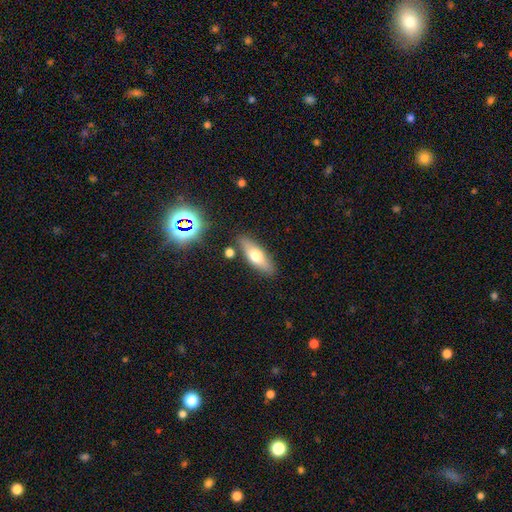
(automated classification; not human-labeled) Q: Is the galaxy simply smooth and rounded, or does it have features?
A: smooth — 57%.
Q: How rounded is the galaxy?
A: in between — 56%.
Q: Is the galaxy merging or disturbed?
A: none — 83%.